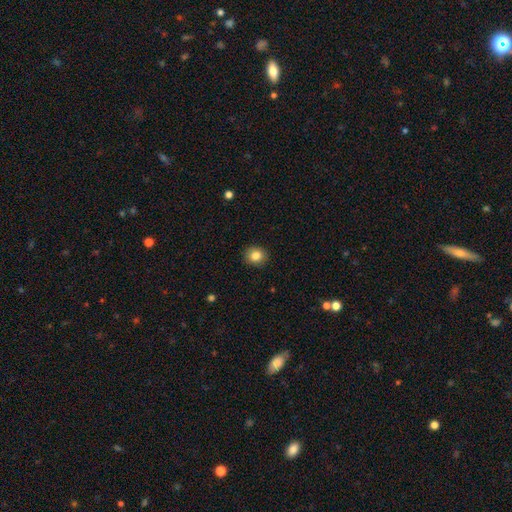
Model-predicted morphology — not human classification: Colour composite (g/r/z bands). It shows a smooth galaxy with no disk features (84%) that is round (76%). Merging: none (90%).